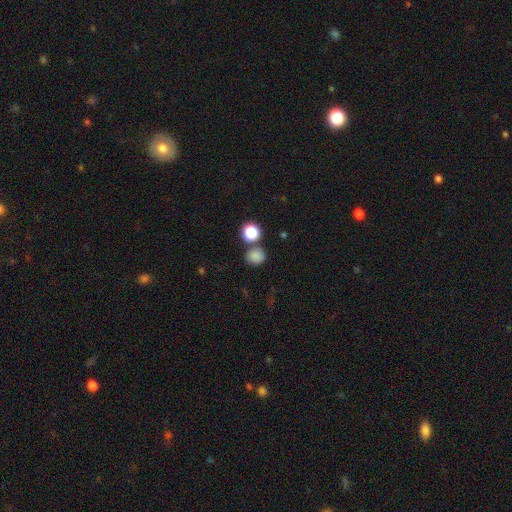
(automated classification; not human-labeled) Q: Smooth or featured?
A: smooth (81%); runner-up: star or artifact (14%)
Q: How rounded?
A: round (77%); runner-up: in between (22%)
Q: Merging?
A: none (71%); runner-up: merger (15%)